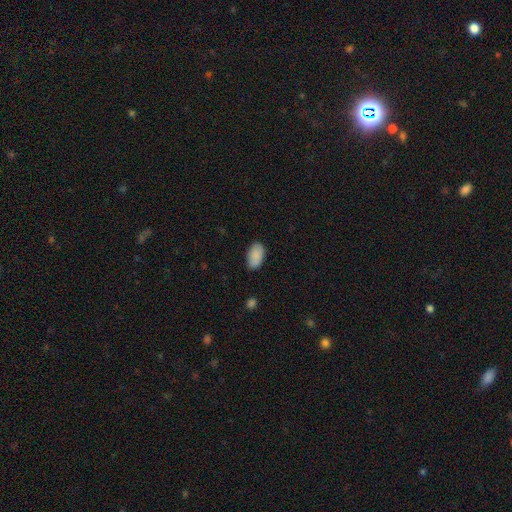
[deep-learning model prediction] This is clearly a smooth galaxy (89%). How rounded: clearly in between (94%). Merging: clearly none (82%).